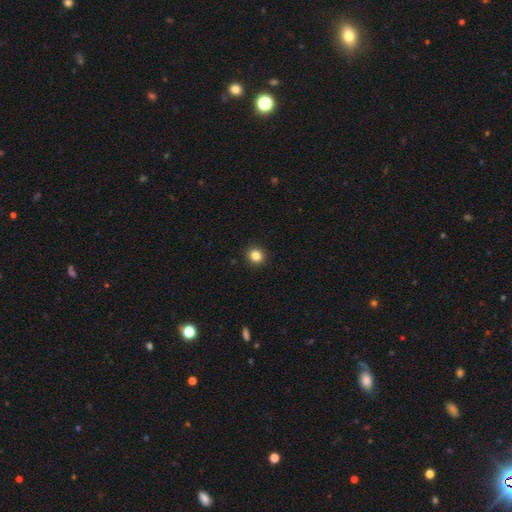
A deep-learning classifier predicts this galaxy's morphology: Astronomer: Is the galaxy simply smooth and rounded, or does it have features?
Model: smooth — 84%.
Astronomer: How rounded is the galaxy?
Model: round — 91%.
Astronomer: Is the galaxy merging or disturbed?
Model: none — 93%.